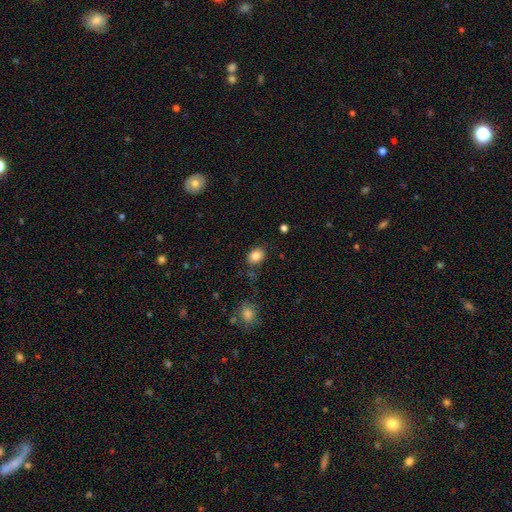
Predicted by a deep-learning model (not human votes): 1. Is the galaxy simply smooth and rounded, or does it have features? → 85% smooth, 9% star or artifact, 6% featured or disk.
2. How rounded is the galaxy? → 63% in between, 37% round, 1% cigar-shaped.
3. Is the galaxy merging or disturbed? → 81% none, 12% minor disturbance, 3% major disturbance, 3% merger.